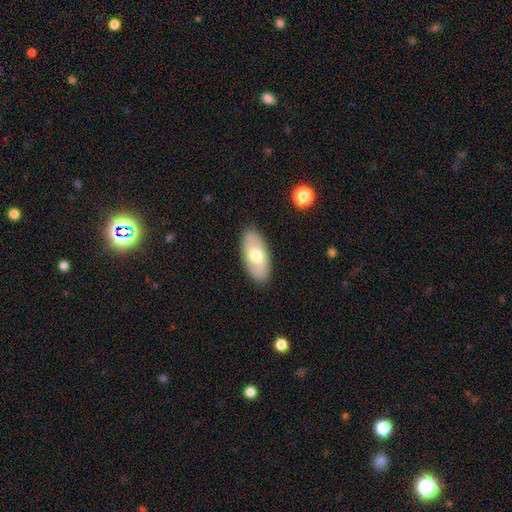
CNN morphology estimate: Q: Smooth or featured?
A: smooth (56%); runner-up: featured or disk (38%)
Q: How rounded?
A: in between (92%); runner-up: cigar-shaped (5%)
Q: Merging?
A: none (87%); runner-up: minor disturbance (9%)